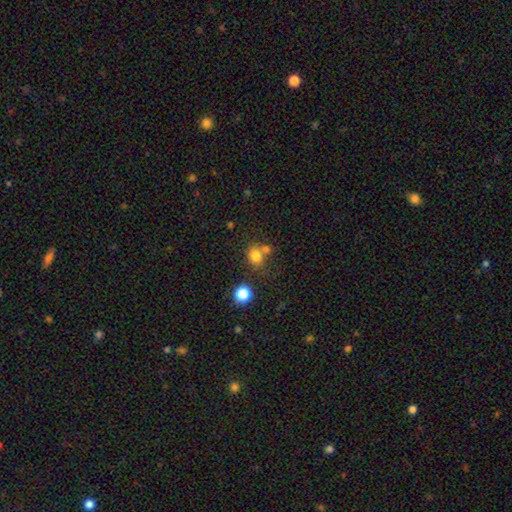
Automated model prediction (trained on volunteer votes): A smooth galaxy with no disk features (78%) that is round (63%). Merging: none (55%).